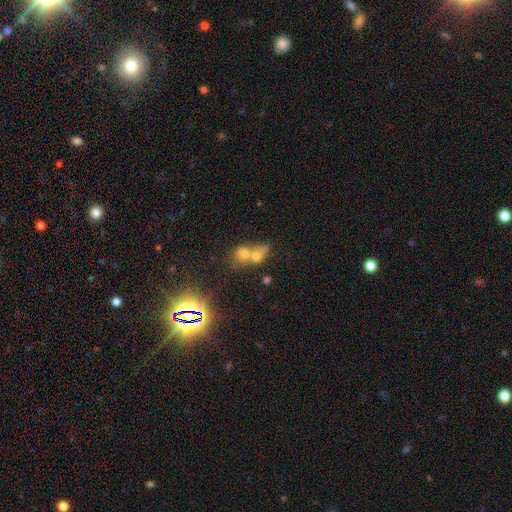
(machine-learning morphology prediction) smooth_or_featured: smooth (p=0.46) [alt: star or artifact p=0.33]
merging: merger (p=0.65) [alt: none p=0.25]